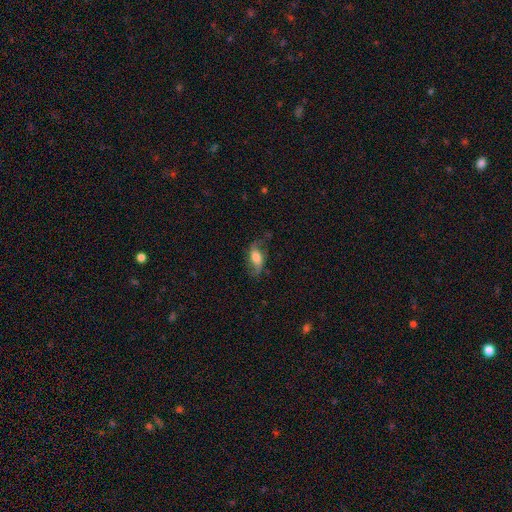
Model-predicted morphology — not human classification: This appears to be a featured or disk galaxy (47%). Merging: none (63%).